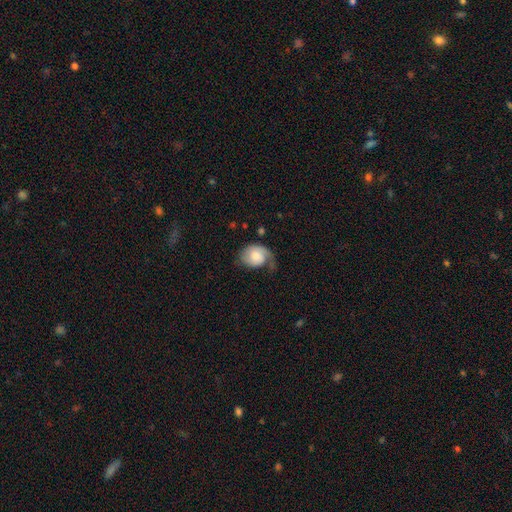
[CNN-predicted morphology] Smooth or featured: featured or disk — 49% (smooth — 44%)
Merging: none — 35% (major disturbance — 32%)